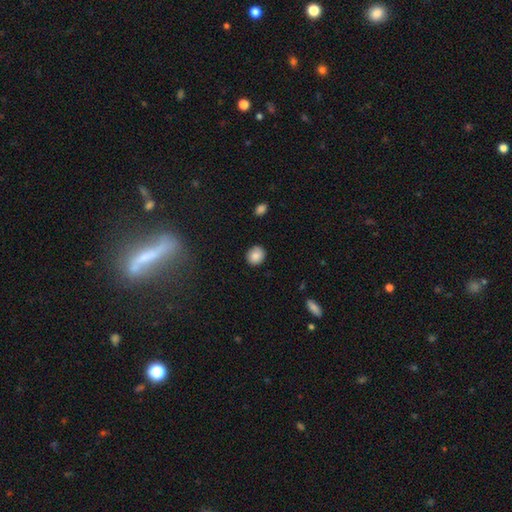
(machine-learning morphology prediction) Smooth or featured?
  - smooth: 87% *
  - star or artifact: 8%
  - featured or disk: 5%
How rounded?
  - round: 80% *
  - in between: 19%
  - cigar-shaped: 1%
Merging?
  - none: 88% *
  - minor disturbance: 9%
  - major disturbance: 2%
  - merger: 1%